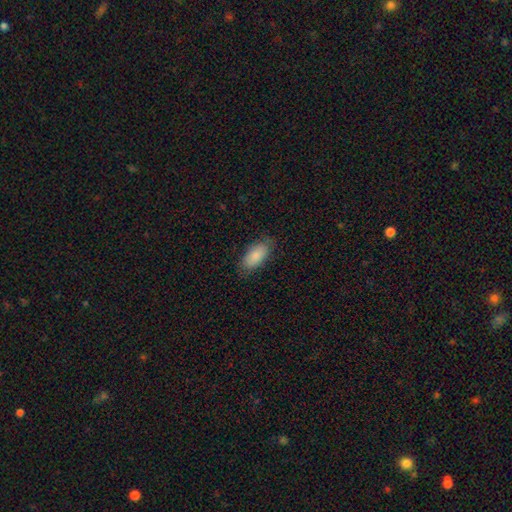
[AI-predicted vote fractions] smooth_or_featured: smooth (p=0.86) [alt: featured or disk p=0.08]
how_rounded: in between (p=0.91) [alt: cigar-shaped p=0.06]
merging: none (p=0.82) [alt: minor disturbance p=0.14]